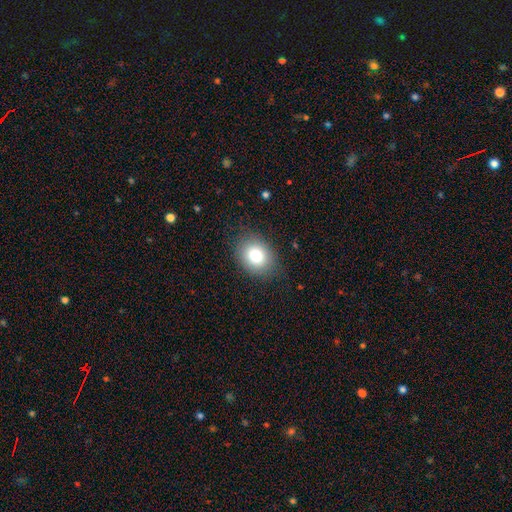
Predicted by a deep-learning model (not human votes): The model was most divided on "how rounded": in between: 52%, round: 47%, cigar-shaped: 1%. More confident: merging — none (84%); smooth or featured — smooth (81%).